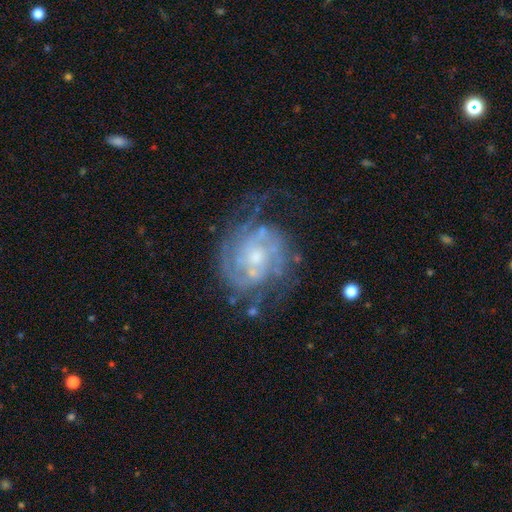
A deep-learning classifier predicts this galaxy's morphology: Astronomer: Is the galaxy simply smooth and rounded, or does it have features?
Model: featured or disk — 84%.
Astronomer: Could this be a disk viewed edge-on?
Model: no — 98%.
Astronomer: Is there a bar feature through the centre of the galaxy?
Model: no — 71%.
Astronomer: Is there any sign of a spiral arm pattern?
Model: yes — 89%.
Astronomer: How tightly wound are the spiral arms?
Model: tight — 53% (runner-up: medium, 35%).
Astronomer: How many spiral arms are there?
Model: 2 — 40% (runner-up: can't tell, 32%).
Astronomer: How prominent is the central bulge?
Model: small — 48% (runner-up: moderate, 42%).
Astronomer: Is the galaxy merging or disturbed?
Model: none — 58%.